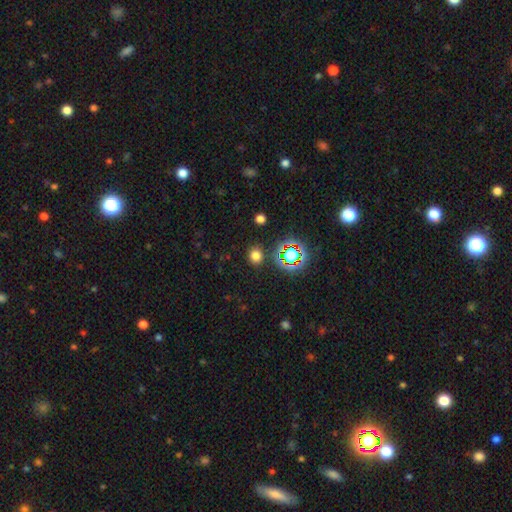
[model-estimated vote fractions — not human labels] This appears to be a smooth galaxy with no disk features (70%) that is round (79%). Merging: none (86%).